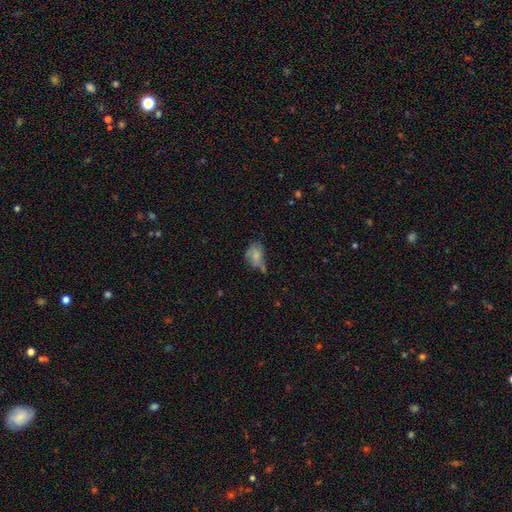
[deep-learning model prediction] Overall: smooth (69%). How rounded: in between (76%). Merging: none (35%; minor disturbance 34%).